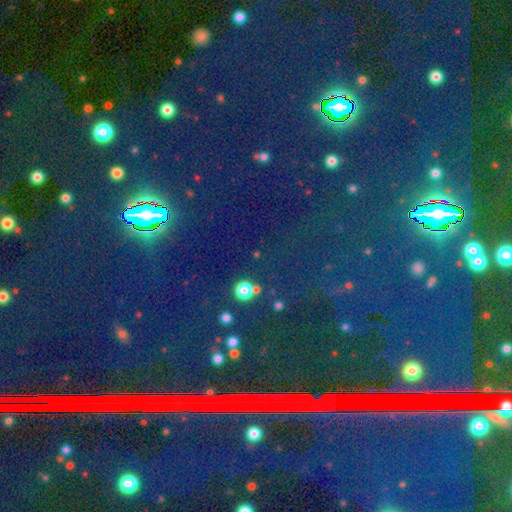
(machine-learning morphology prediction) A star or artifact, not a galaxy (85%).